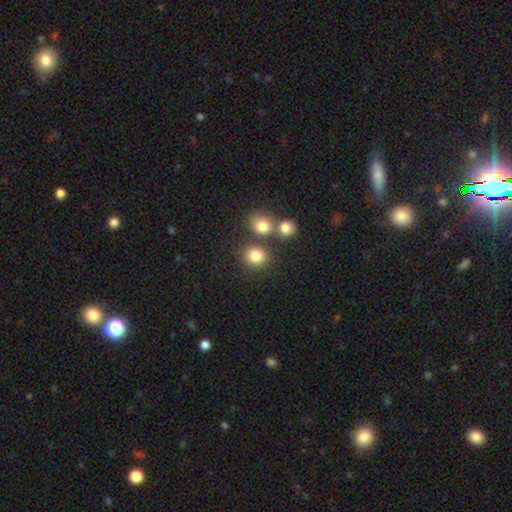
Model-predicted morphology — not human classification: The model was most divided on "merging": none: 71%, merger: 18%, minor disturbance: 8%, major disturbance: 3%. More confident: how rounded — round (83%); smooth or featured — smooth (81%).